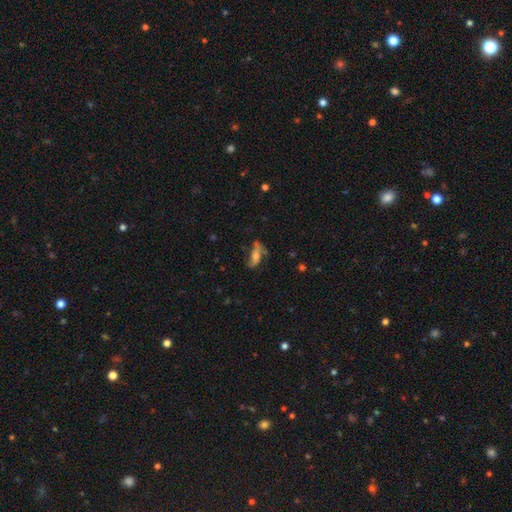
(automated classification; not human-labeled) Smooth or featured? Predicted: featured or disk (p=0.47). Merging? Predicted: none (p=0.49).